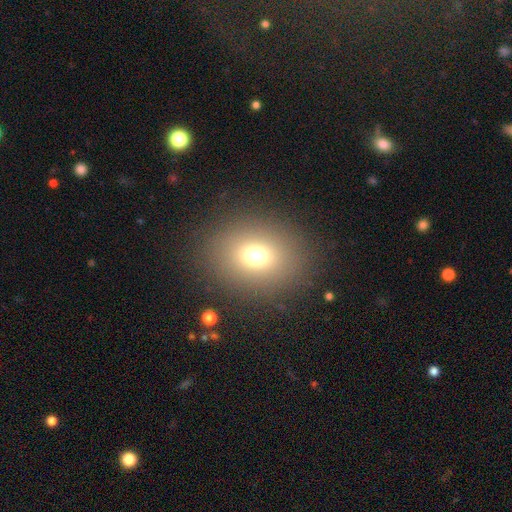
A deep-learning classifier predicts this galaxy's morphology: This is likely a smooth galaxy (71%). How rounded: likely round (60%). Merging: clearly none (86%).